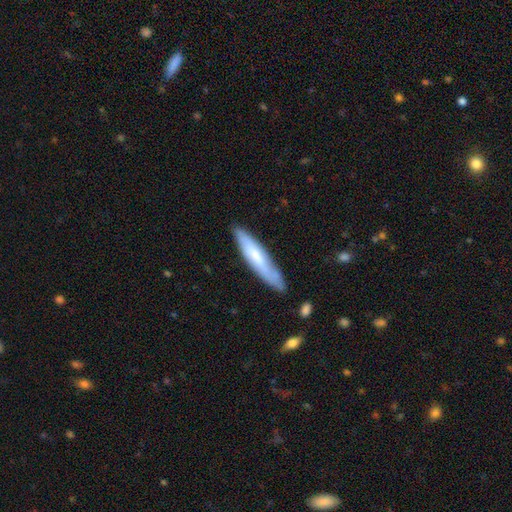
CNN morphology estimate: A smooth galaxy with no disk features (58%) that is cigar-shaped (87%).

Vote fractions:
- Smooth or featured? smooth: 58% / featured or disk: 36% / star or artifact: 6%
- How rounded? cigar-shaped: 87% / in between: 12% / round: 1%
- Merging? none: 79% / minor disturbance: 16% / major disturbance: 3% / merger: 2%